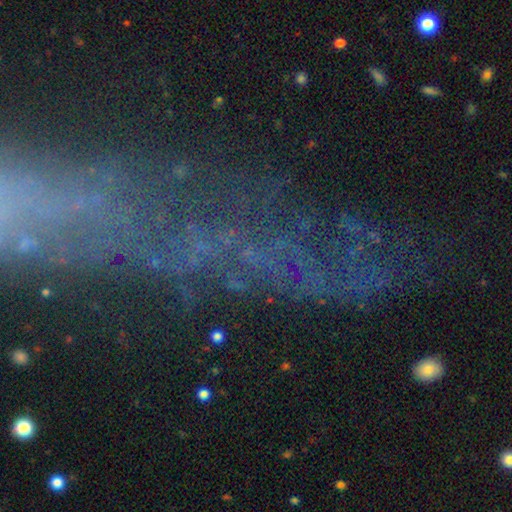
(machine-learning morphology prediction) This is likely a star or artifact rather than a galaxy (66%).